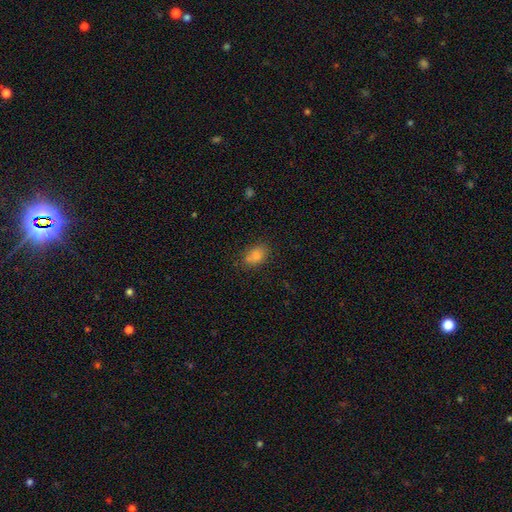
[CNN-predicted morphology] This is likely a smooth galaxy (78%). How rounded: likely in between (76%). Merging: likely none (78%).